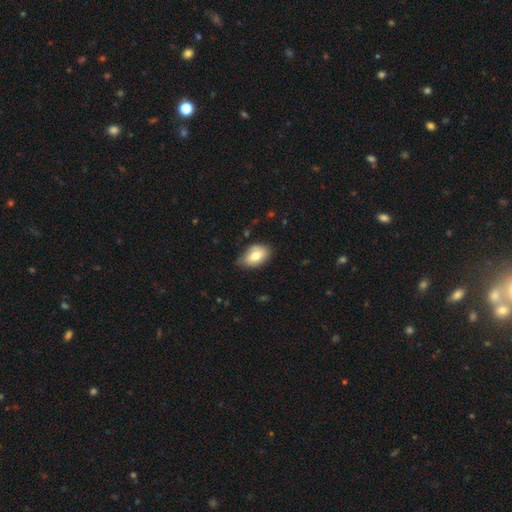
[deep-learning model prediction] Overall: smooth (75%). How rounded: in between (88%). Merging: none (60%; minor disturbance 33%).